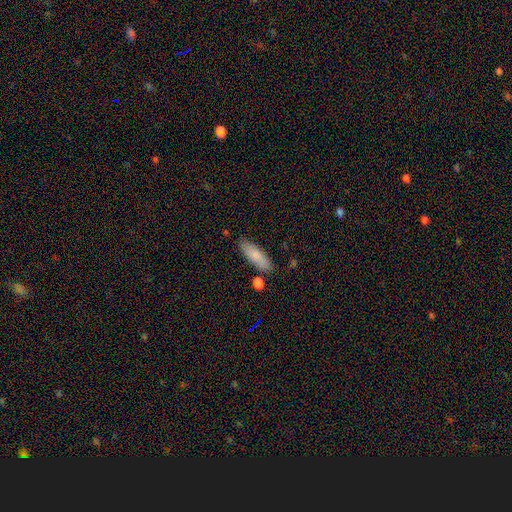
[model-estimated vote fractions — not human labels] Q: Smooth or featured?
A: smooth (82%); runner-up: featured or disk (12%)
Q: How rounded?
A: in between (58%); runner-up: cigar-shaped (40%)
Q: Merging?
A: none (81%); runner-up: minor disturbance (12%)